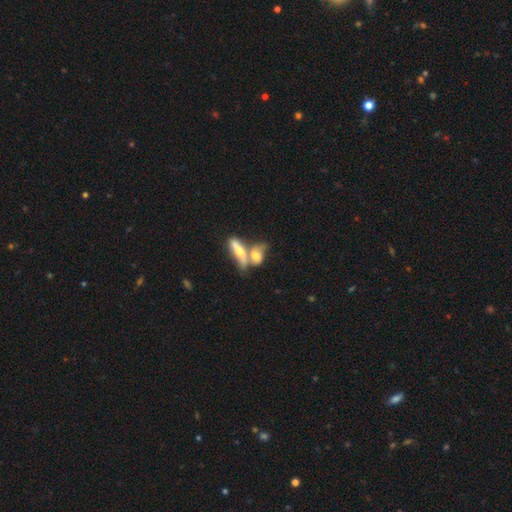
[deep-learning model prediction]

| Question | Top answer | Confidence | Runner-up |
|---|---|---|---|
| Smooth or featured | smooth | 57% | featured or disk (34%) |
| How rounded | in between | 65% | cigar-shaped (25%) |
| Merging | merger | 64% | none (22%) |